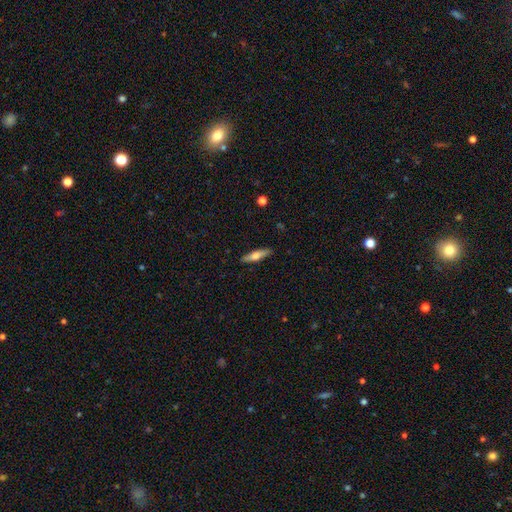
Volunteers were most divided on "smooth or featured": smooth: 51%, featured or disk: 43%, star or artifact: 5%. More confident: how rounded — cigar-shaped (95%); merging — none (89%).